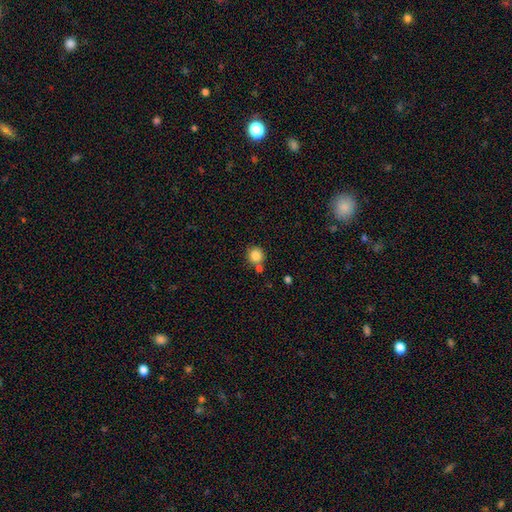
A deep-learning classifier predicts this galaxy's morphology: type=smooth (85%); roundness=round (93%); merging=none (70%).